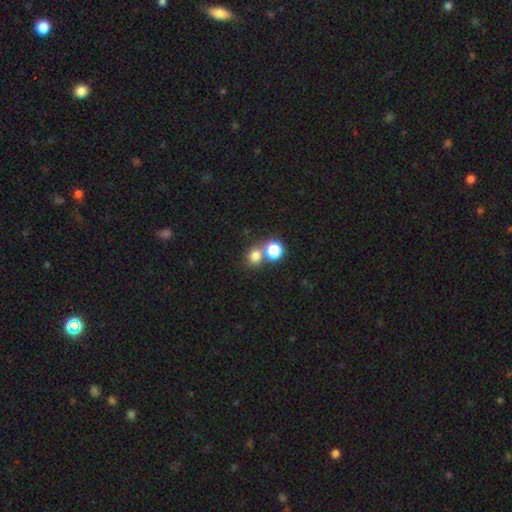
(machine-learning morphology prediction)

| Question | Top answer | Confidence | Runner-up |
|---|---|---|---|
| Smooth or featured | smooth | 74% | star or artifact (19%) |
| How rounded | round | 82% | in between (17%) |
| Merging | none | 62% | merger (27%) |